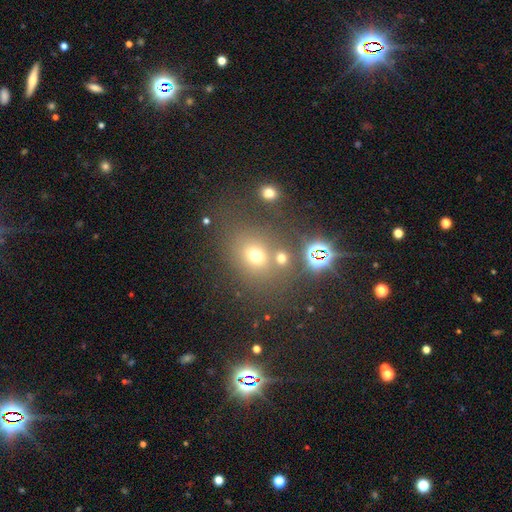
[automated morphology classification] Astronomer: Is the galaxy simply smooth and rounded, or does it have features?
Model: smooth — 62%.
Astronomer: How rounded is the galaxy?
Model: round — 65%.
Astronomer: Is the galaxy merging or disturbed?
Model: none — 62%.